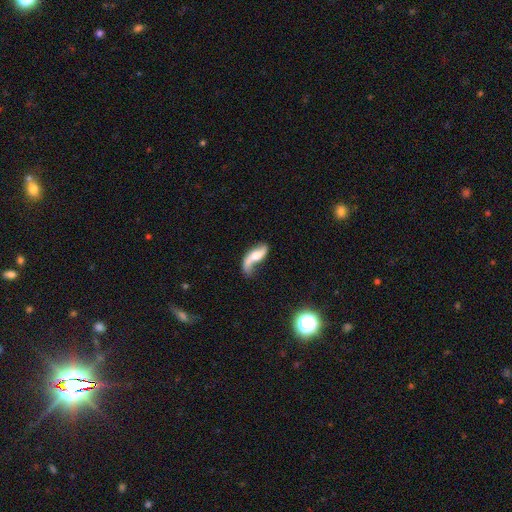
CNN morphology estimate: smooth-or-featured: featured or disk: 58% | smooth: 34% | star or artifact: 7%
  disk-edge-on: no: 83% | yes: 17%
  merging: none: 35% | major disturbance: 25% | minor disturbance: 23% | merger: 16%